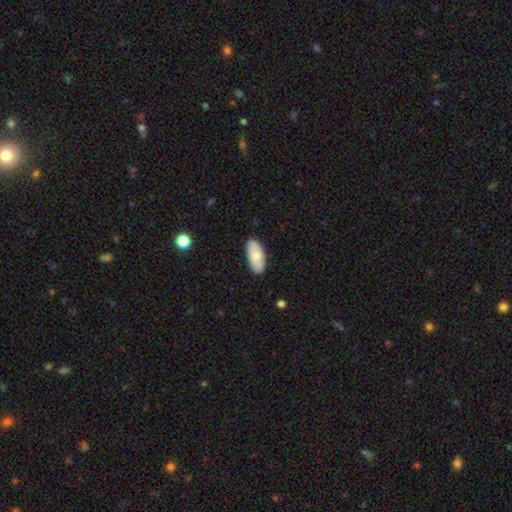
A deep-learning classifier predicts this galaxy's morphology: Smooth or featured?
  - smooth: 80% *
  - featured or disk: 14%
  - star or artifact: 6%
How rounded?
  - in between: 91% *
  - cigar-shaped: 7%
  - round: 2%
Merging?
  - none: 88% *
  - minor disturbance: 9%
  - major disturbance: 2%
  - merger: 1%